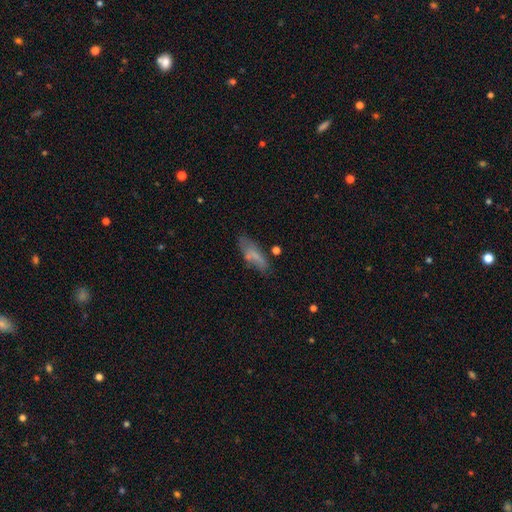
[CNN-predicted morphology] This is likely a smooth galaxy (65%). How rounded: possibly in between (55%). Merging: possibly none (57%).